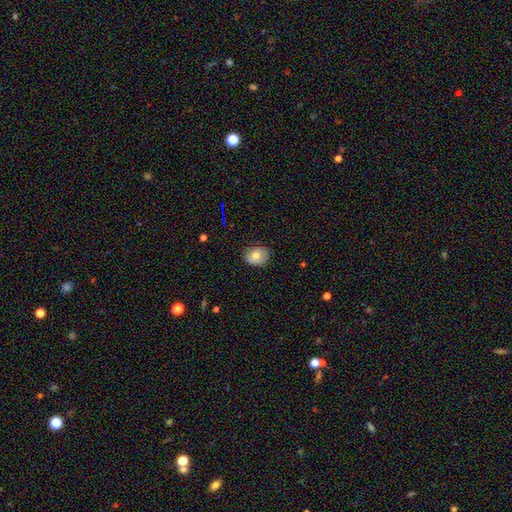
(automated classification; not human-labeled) Smooth or featured? Predicted: smooth (p=0.74). How rounded? Predicted: round (p=0.51). Merging? Predicted: none (p=0.77).